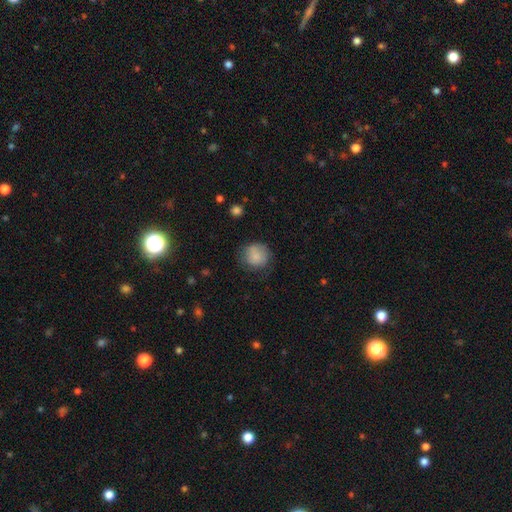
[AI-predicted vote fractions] Smooth or featured: smooth — 80% (featured or disk — 12%)
How rounded: round — 86% (in between — 13%)
Merging: none — 67% (minor disturbance — 22%)